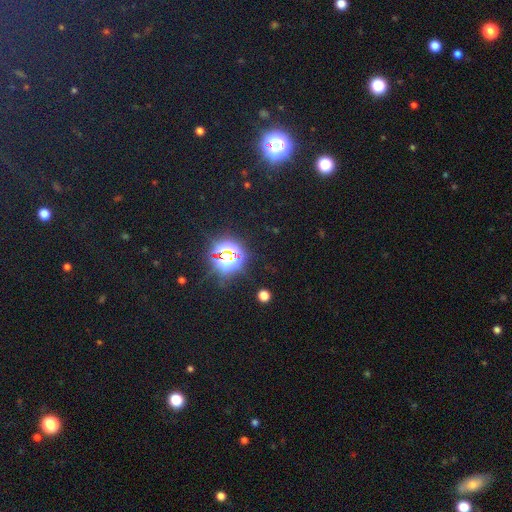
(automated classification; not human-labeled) Morphology: type=star or artifact (71%).